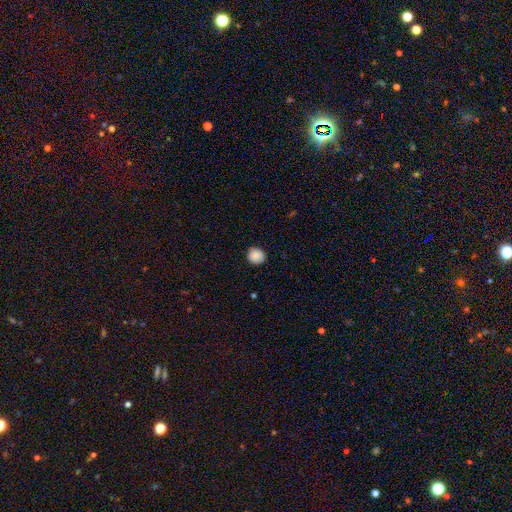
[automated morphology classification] Smooth or featured?
  - smooth: 88% *
  - star or artifact: 8%
  - featured or disk: 4%
How rounded?
  - round: 89% *
  - in between: 10%
  - cigar-shaped: 1%
Merging?
  - none: 88% *
  - minor disturbance: 9%
  - major disturbance: 2%
  - merger: 1%